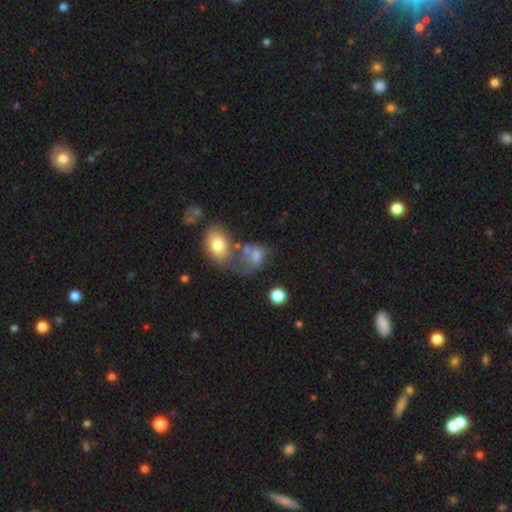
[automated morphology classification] Q: Smooth or featured?
A: smooth (61%); runner-up: featured or disk (25%)
Q: How rounded?
A: in between (63%); runner-up: round (35%)
Q: Merging?
A: merger (40%); runner-up: none (26%)